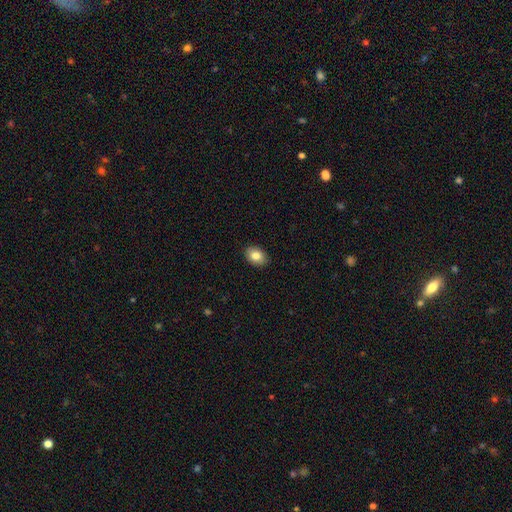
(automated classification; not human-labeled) This is clearly a smooth galaxy (84%). How rounded: likely in between (77%). Merging: clearly none (89%).